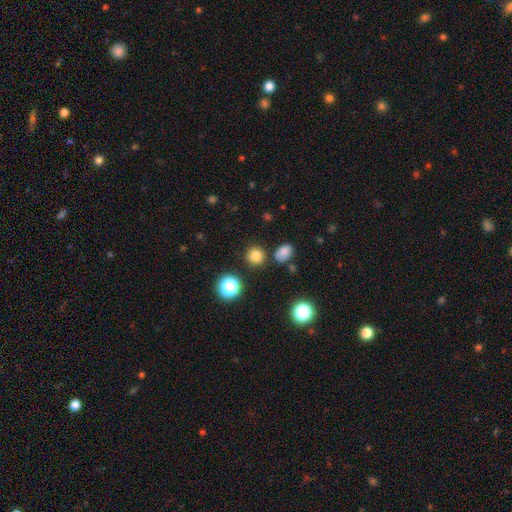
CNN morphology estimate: A smooth galaxy with no disk features (78%) that is round (88%).

Vote fractions:
- Smooth or featured? smooth: 78% / star or artifact: 17% / featured or disk: 5%
- How rounded? round: 88% / in between: 11% / cigar-shaped: 1%
- Merging? none: 84% / minor disturbance: 8% / merger: 5% / major disturbance: 3%